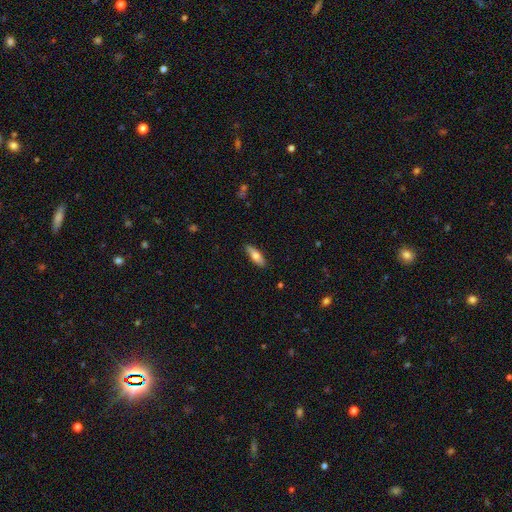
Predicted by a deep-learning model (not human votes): Morphology: type=smooth (70%); roundness=in between (56%); merging=none (86%).